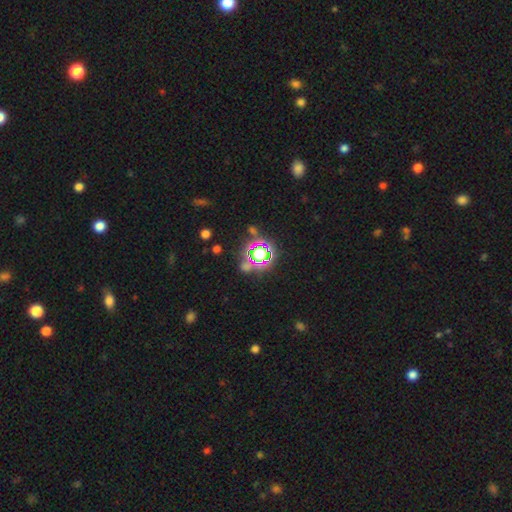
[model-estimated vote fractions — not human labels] Smooth or featured? star or artifact (66%)